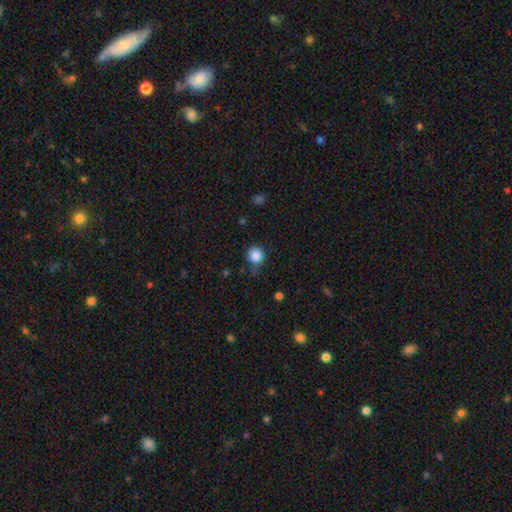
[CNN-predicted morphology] Smooth or featured?
  - smooth: 85% *
  - star or artifact: 11%
  - featured or disk: 4%
How rounded?
  - round: 91% *
  - in between: 9%
  - cigar-shaped: 1%
Merging?
  - none: 70% *
  - minor disturbance: 21%
  - major disturbance: 5%
  - merger: 3%